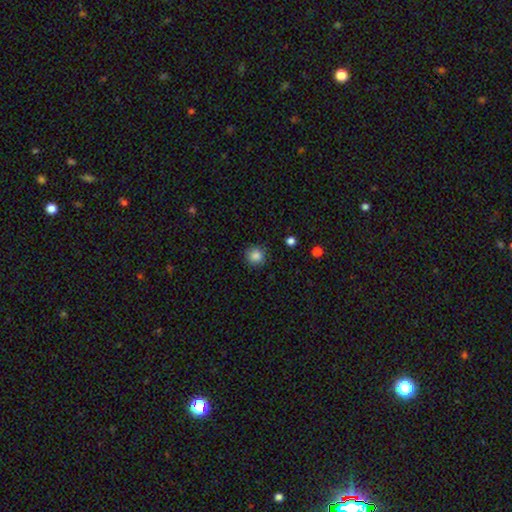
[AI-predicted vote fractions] Q: Smooth or featured?
A: smooth (86%); runner-up: star or artifact (11%)
Q: How rounded?
A: round (94%); runner-up: in between (5%)
Q: Merging?
A: none (89%); runner-up: minor disturbance (7%)